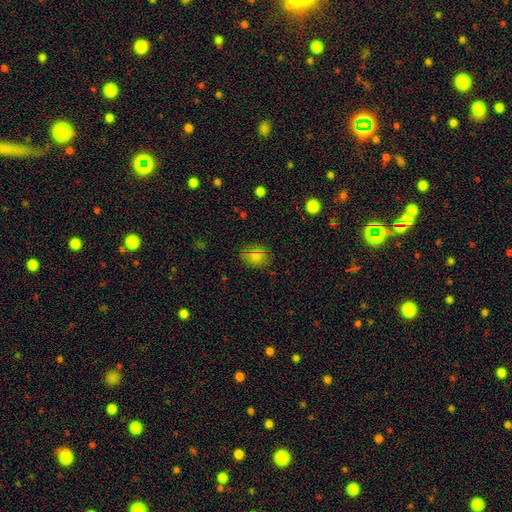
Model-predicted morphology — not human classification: smooth 81%, star or artifact 12%, featured or disk 8%. Down the decision tree: how rounded — round (52%); merging — none (80%).